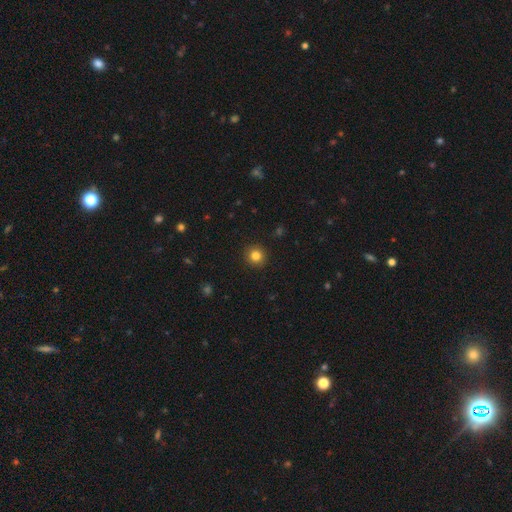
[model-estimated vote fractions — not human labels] A smooth galaxy with no disk features (83%) that is round (93%). Merging: none (92%).